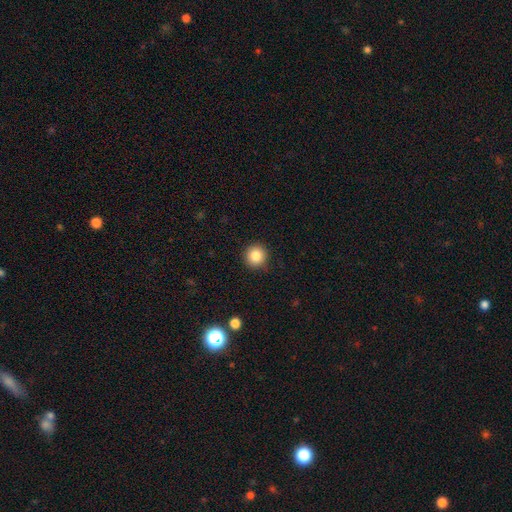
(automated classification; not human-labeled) Smooth or featured: smooth — 84% (star or artifact — 10%)
How rounded: round — 95% (in between — 4%)
Merging: none — 92% (minor disturbance — 5%)